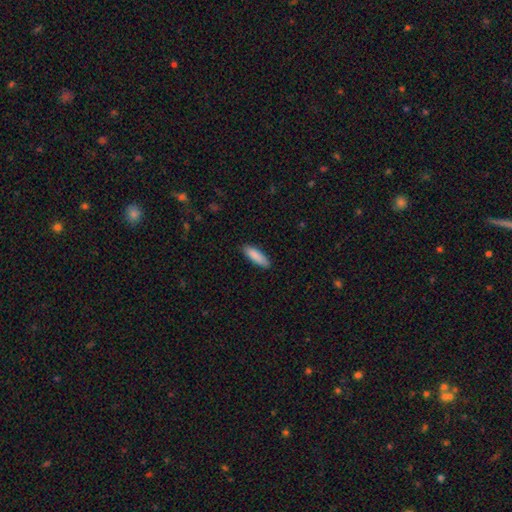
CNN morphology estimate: A smooth galaxy with no disk features (88%) that is cigar-shaped (57%). Merging: none (87%).